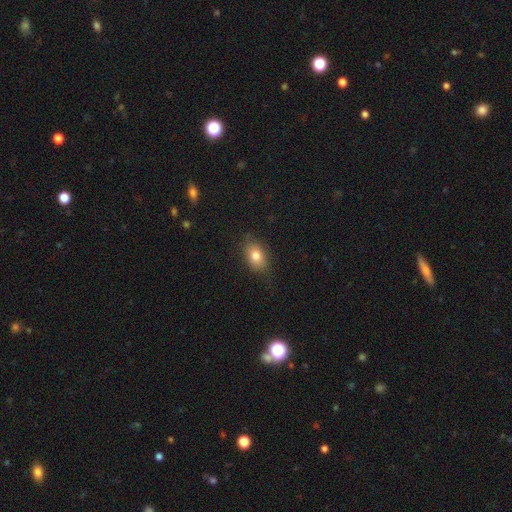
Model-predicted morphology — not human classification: Q: Smooth or featured?
A: smooth (80%); runner-up: featured or disk (11%)
Q: How rounded?
A: in between (82%); runner-up: round (16%)
Q: Merging?
A: none (76%); runner-up: minor disturbance (18%)